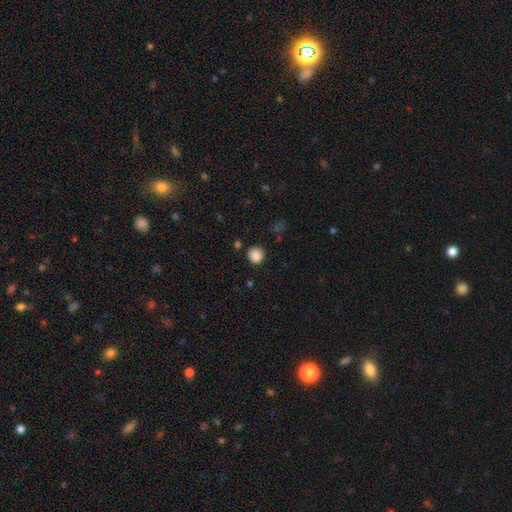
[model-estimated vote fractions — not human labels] Smooth or featured: smooth — 87% (star or artifact — 10%)
How rounded: round — 92% (in between — 7%)
Merging: none — 87% (minor disturbance — 8%)